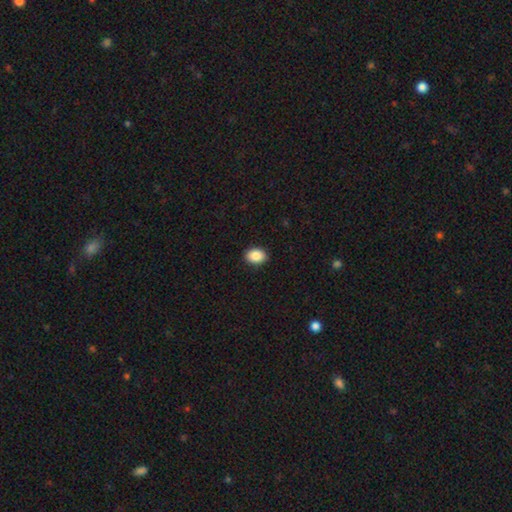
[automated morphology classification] smooth_or_featured: smooth (p=0.88) [alt: star or artifact p=0.08]
how_rounded: in between (p=0.68) [alt: round p=0.31]
merging: none (p=0.91) [alt: minor disturbance p=0.07]